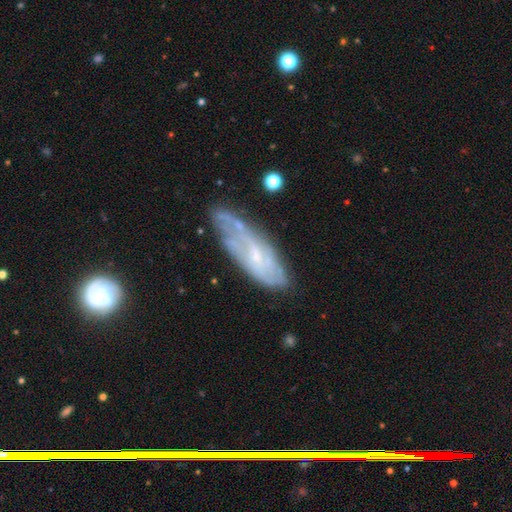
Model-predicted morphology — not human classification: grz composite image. It shows a featured or disk galaxy (64%) with no bar (56%), spiral arms (71%) and a small central bulge (62%). Merging: none (59%).